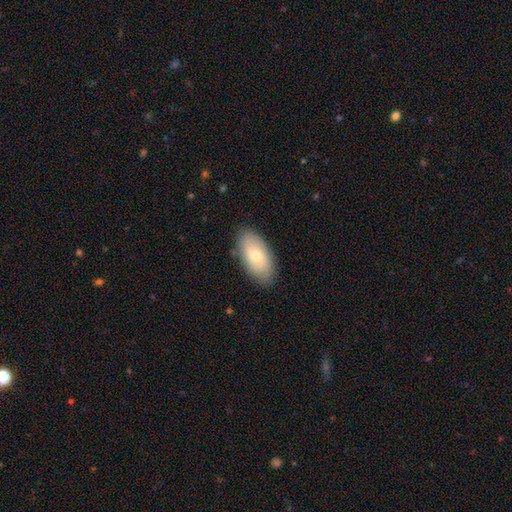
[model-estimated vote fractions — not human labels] Smooth or featured?
  - smooth: 62% *
  - featured or disk: 32%
  - star or artifact: 7%
How rounded?
  - in between: 92% *
  - round: 4%
  - cigar-shaped: 4%
Merging?
  - none: 83% *
  - minor disturbance: 13%
  - major disturbance: 3%
  - merger: 1%